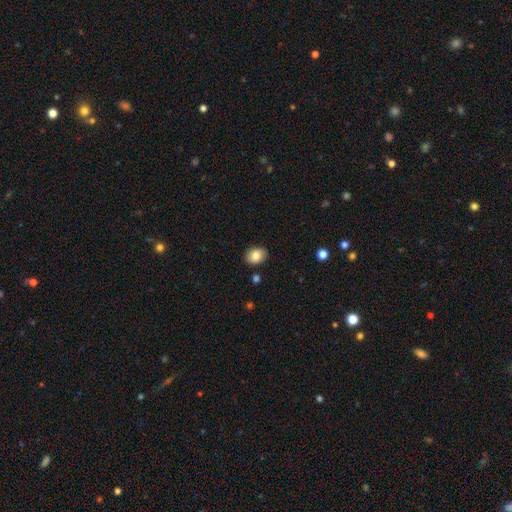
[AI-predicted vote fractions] smooth 83%, star or artifact 8%, featured or disk 8%. Down the decision tree: how rounded — in between (64%); merging — none (87%).